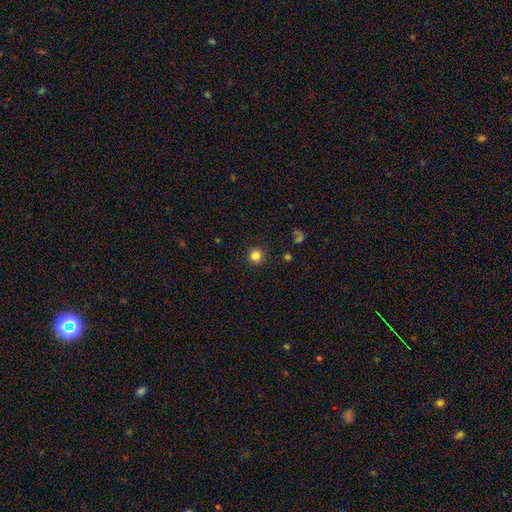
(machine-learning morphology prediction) A smooth galaxy with no disk features (83%) that is round (95%). Merging: none (91%).